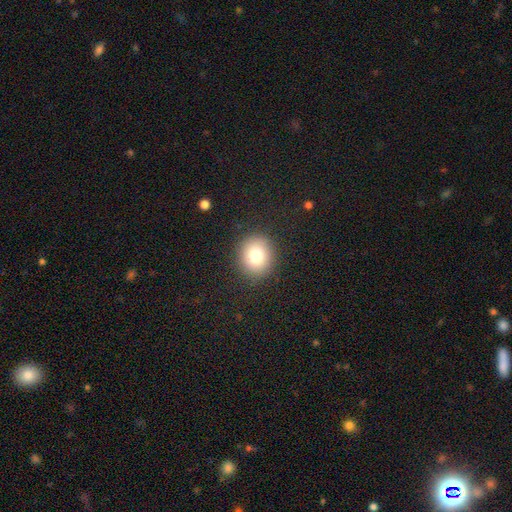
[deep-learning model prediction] The model was most divided on "how rounded": round: 81%, in between: 19%, cigar-shaped: 1%. More confident: merging — none (89%); smooth or featured — smooth (78%).